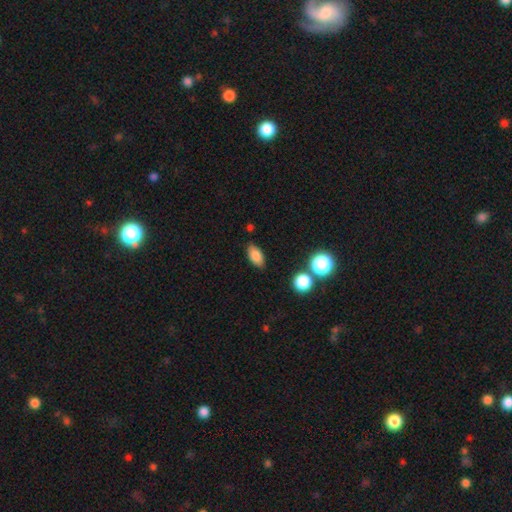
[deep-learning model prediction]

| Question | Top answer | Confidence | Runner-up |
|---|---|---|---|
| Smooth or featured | smooth | 83% | star or artifact (10%) |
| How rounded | in between | 88% | round (7%) |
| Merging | none | 84% | minor disturbance (11%) |